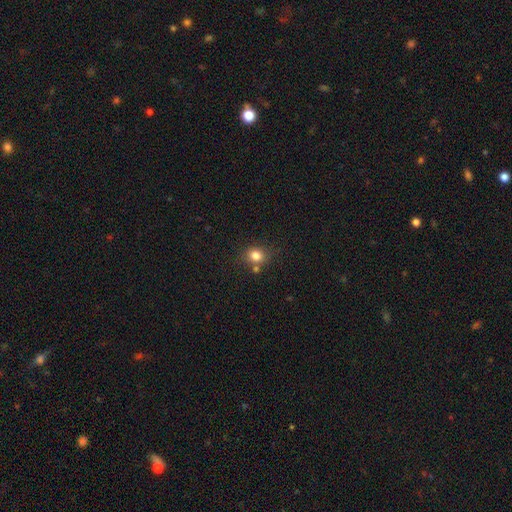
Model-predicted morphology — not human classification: Smooth or featured? smooth (81%)
How rounded? round (69%)
Merging? none (69%)